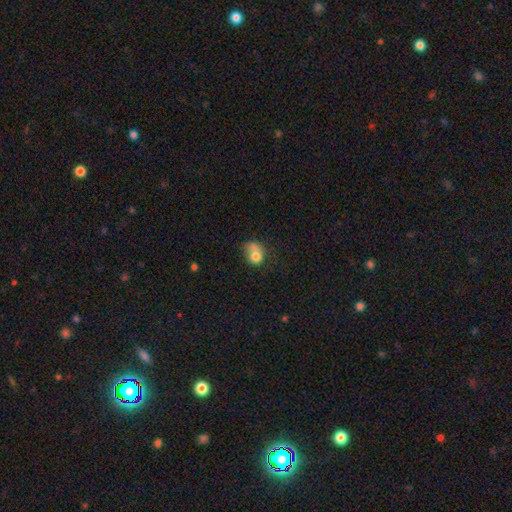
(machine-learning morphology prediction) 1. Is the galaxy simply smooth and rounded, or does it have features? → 74% smooth, 16% featured or disk, 10% star or artifact.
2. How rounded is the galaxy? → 56% round, 43% in between, 1% cigar-shaped.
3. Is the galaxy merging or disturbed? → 39% merger, 27% none, 19% minor disturbance, 15% major disturbance.